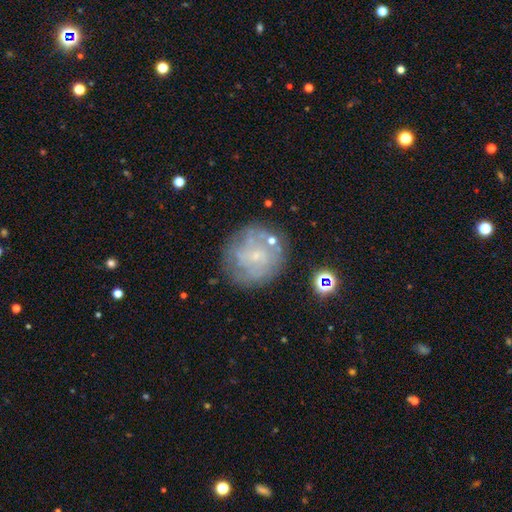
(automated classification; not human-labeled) Smooth or featured? featured or disk (53%)
Edge-on disk? no (97%)
Bar? no (75%)
Spiral arms? yes (53%)
Bulge size? small (74%)
Merging? none (72%)